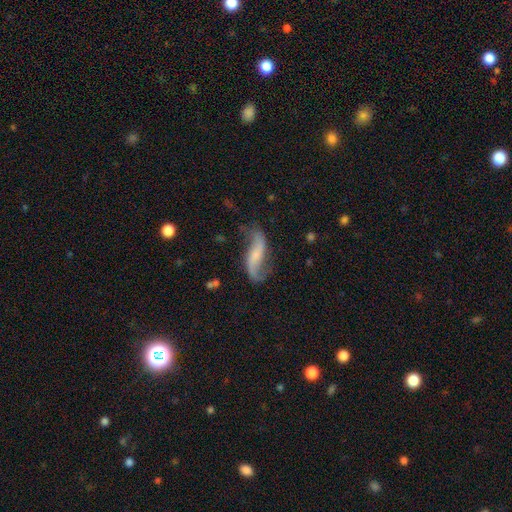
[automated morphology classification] Smooth or featured? featured or disk (81%)
Edge-on disk? no (93%)
Bar? no (44%)
Spiral arms? yes (94%)
Spiral winding? loose (89%)
Spiral arm count? 2 (91%)
Bulge size? small (48%)
Merging? none (64%)